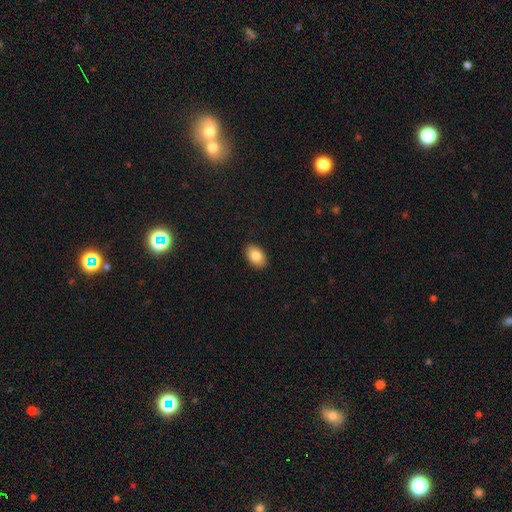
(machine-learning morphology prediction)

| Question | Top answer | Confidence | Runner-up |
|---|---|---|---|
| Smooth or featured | smooth | 84% | featured or disk (9%) |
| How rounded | in between | 88% | round (10%) |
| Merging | none | 89% | minor disturbance (8%) |